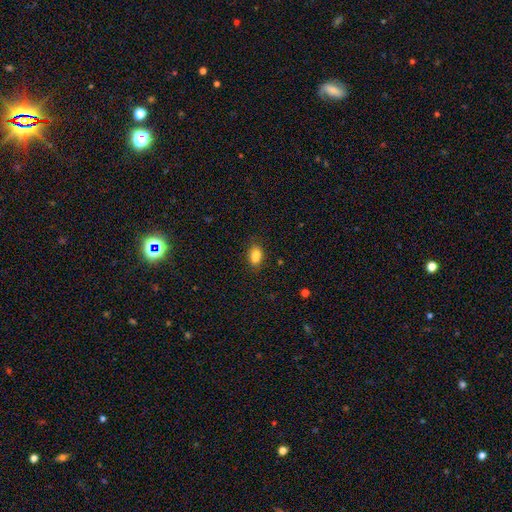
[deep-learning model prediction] This is clearly a smooth galaxy (82%). How rounded: clearly in between (82%). Merging: likely none (66%).